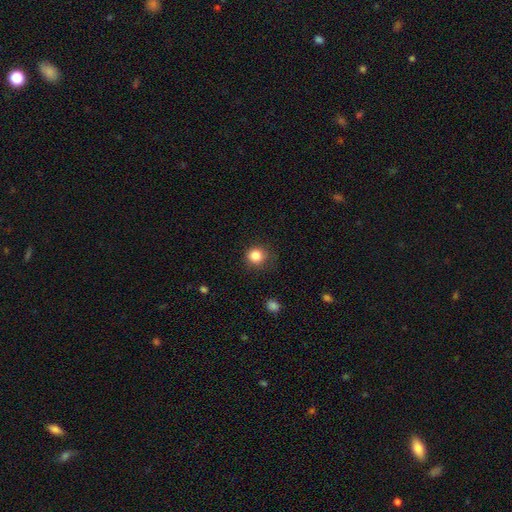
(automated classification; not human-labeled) A smooth galaxy with no disk features (84%) that is round (90%). Merging: none (81%).